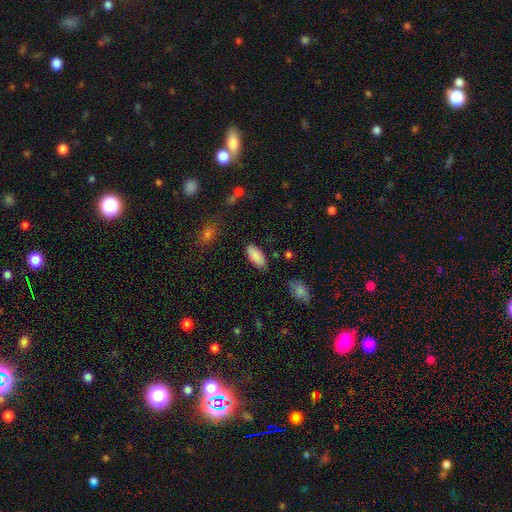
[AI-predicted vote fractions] Q: Smooth or featured?
A: smooth (88%); runner-up: star or artifact (7%)
Q: How rounded?
A: in between (89%); runner-up: cigar-shaped (9%)
Q: Merging?
A: none (85%); runner-up: minor disturbance (10%)